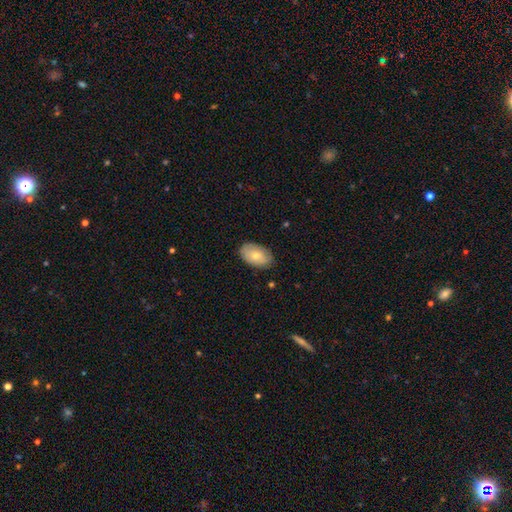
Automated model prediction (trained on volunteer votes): This appears to be a smooth galaxy with no disk features (69%) that is in between round and cigar-shaped (91%). Merging: none (79%).